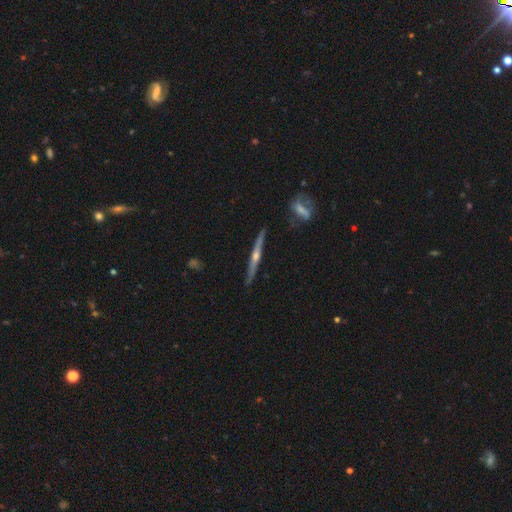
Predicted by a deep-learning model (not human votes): Morphology: type=featured or disk (80%); edge-on=yes (97%); edge-on bulge=rounded (87%); merging=none (87%).